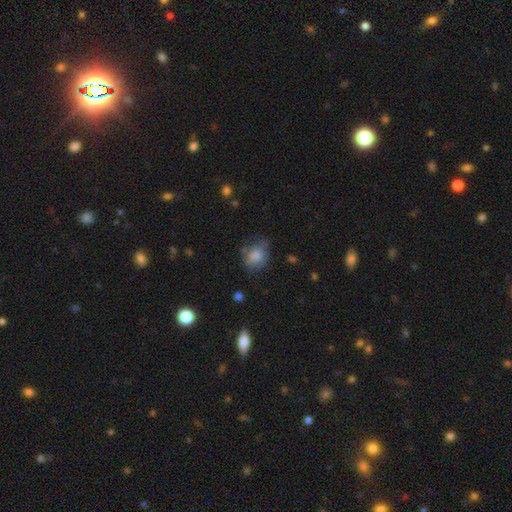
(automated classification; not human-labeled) The model was most divided on "how rounded": round: 57%, in between: 42%, cigar-shaped: 1%. More confident: smooth or featured — smooth (77%); merging — none (54%).